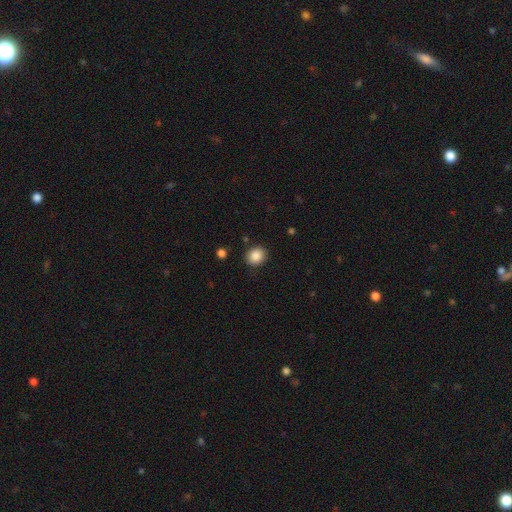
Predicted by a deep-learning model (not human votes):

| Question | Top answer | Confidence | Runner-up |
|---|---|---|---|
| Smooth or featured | smooth | 87% | star or artifact (9%) |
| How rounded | round | 68% | in between (31%) |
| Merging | none | 88% | minor disturbance (8%) |